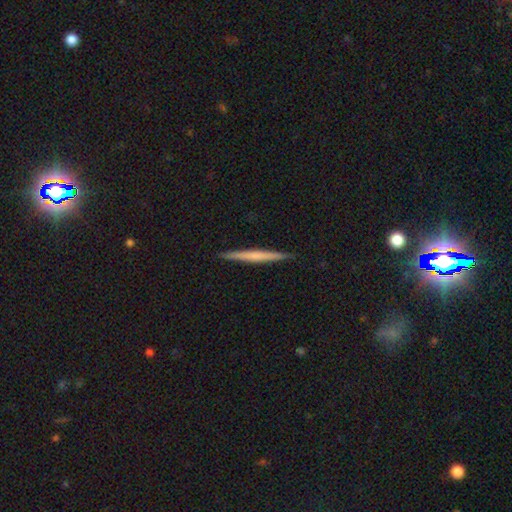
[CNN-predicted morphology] featured or disk 47% (tied), smooth 47% (tied), star or artifact 6%. Down the decision tree: merging — none (93%).